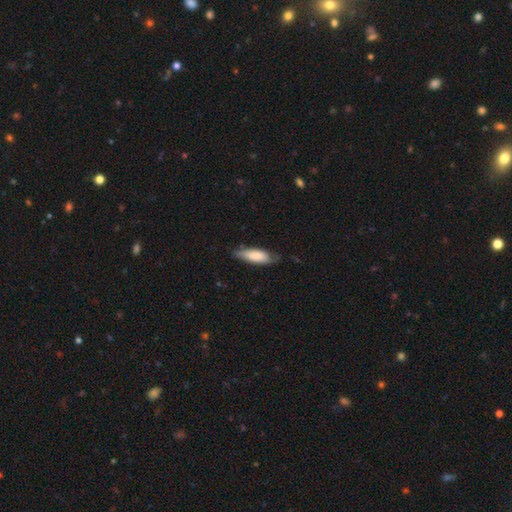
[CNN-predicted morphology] Smooth or featured? Predicted: smooth (p=0.77). How rounded? Predicted: in between (p=0.56). Merging? Predicted: none (p=0.61).